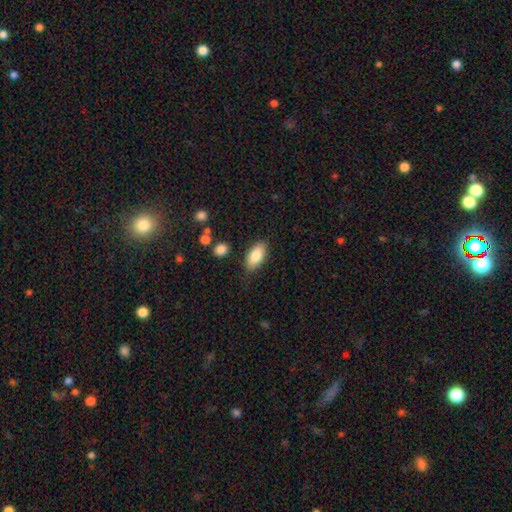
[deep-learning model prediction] Q: Smooth or featured?
A: smooth (84%); runner-up: featured or disk (9%)
Q: How rounded?
A: in between (89%); runner-up: cigar-shaped (8%)
Q: Merging?
A: none (79%); runner-up: minor disturbance (15%)